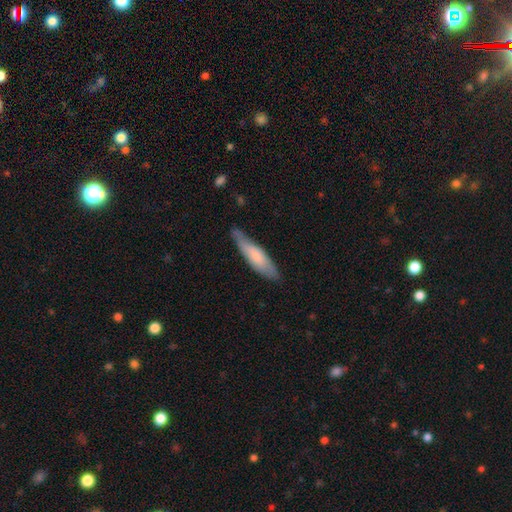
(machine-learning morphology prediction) A smooth galaxy with no disk features (68%) that is cigar-shaped (72%). Merging: none (74%).